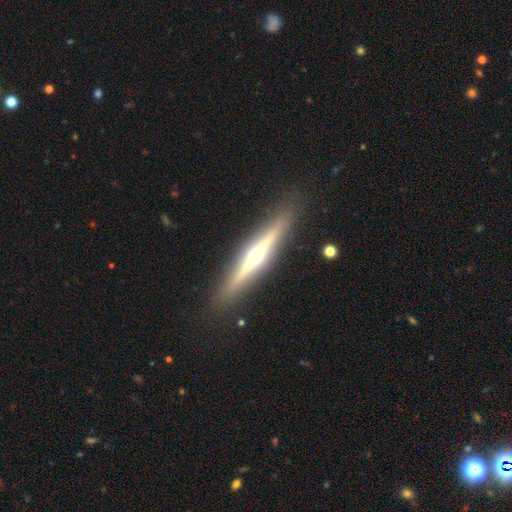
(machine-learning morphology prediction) smooth-or-featured: featured or disk: 78% | smooth: 17% | star or artifact: 6%
  disk-edge-on: yes: 97% | no: 3%
    edge-on-bulge: rounded: 92% | boxy: 4% | none: 4%
  merging: none: 89% | minor disturbance: 8% | major disturbance: 2% | merger: 1%